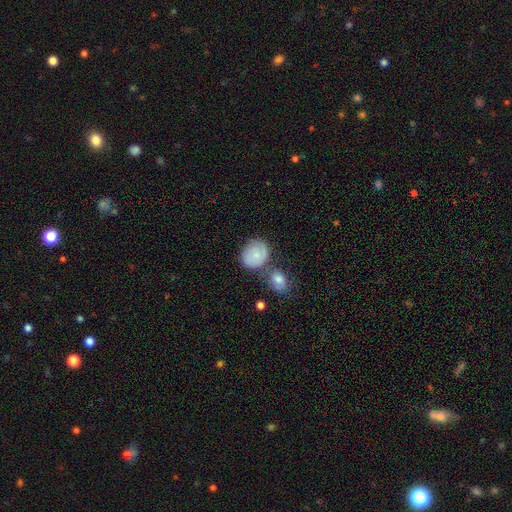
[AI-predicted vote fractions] A smooth galaxy with no disk features (67%) that is round (66%).

Vote fractions:
- Smooth or featured? smooth: 67% / featured or disk: 25% / star or artifact: 8%
- How rounded? round: 66% / in between: 33% / cigar-shaped: 1%
- Merging? none: 57% / minor disturbance: 18% / merger: 18% / major disturbance: 6%